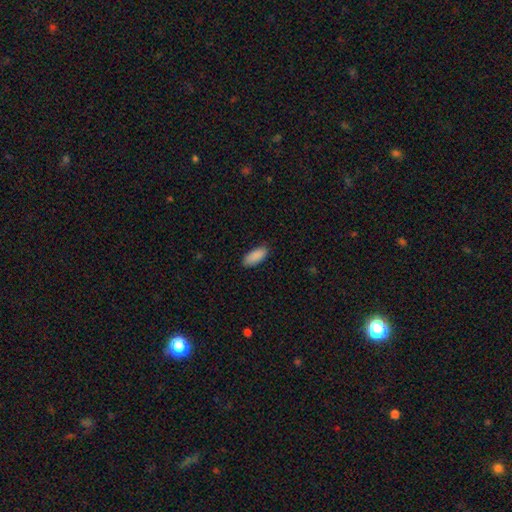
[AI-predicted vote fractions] smooth 90%, star or artifact 6%, featured or disk 3%. Down the decision tree: how rounded — in between (88%); merging — none (85%).